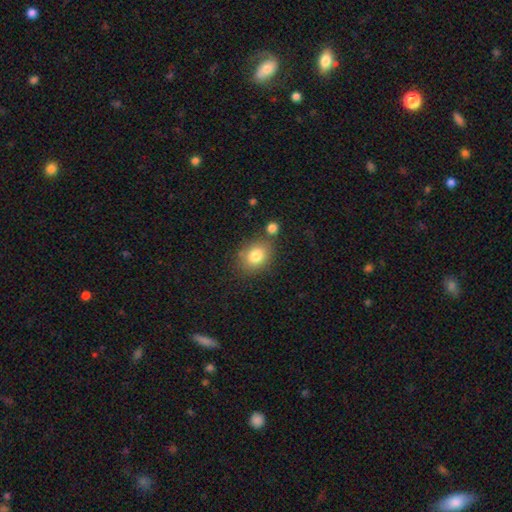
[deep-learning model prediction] Morphology: type=smooth (82%); roundness=in between (51%); merging=none (70%).